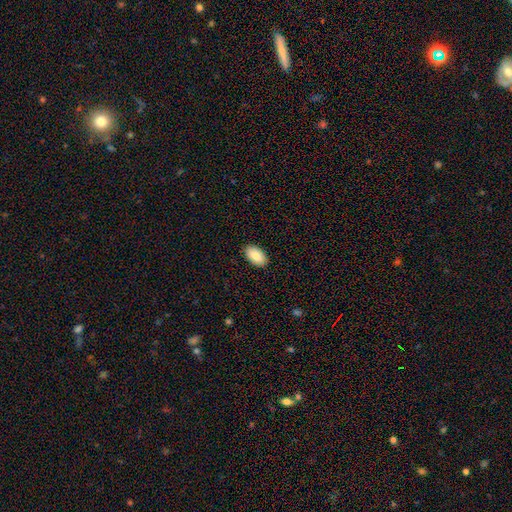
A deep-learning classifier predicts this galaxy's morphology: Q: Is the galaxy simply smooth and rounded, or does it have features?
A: smooth — 85%.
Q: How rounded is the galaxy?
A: in between — 95%.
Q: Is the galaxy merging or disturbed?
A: none — 89%.